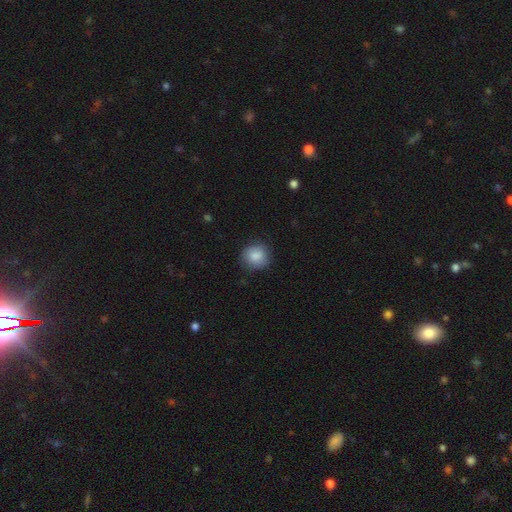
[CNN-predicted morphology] smooth_or_featured: smooth (p=0.86) [alt: star or artifact p=0.08]
how_rounded: round (p=0.84) [alt: in between p=0.15]
merging: none (p=0.82) [alt: minor disturbance p=0.14]